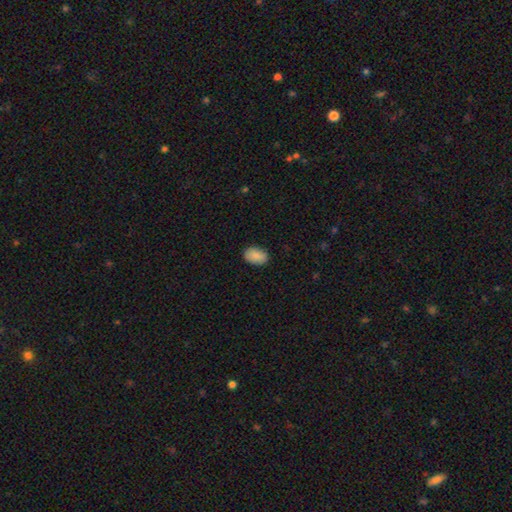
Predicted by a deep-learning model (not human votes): smooth-or-featured: smooth: 89% | star or artifact: 7% | featured or disk: 4%
  how-rounded: in between: 87% | round: 11% | cigar-shaped: 1%
  merging: none: 87% | minor disturbance: 10% | major disturbance: 2% | merger: 1%